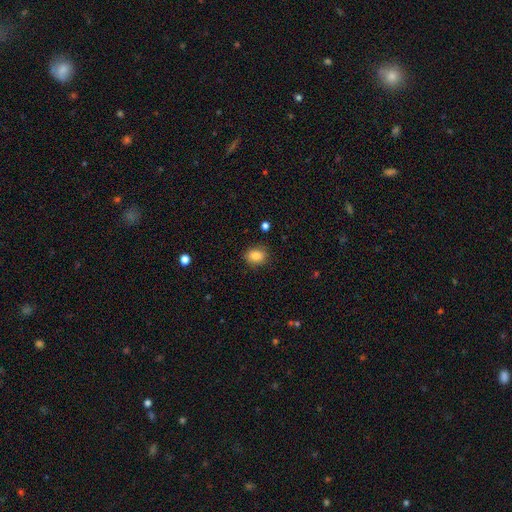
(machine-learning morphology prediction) smooth_or_featured: smooth (p=0.85) [alt: star or artifact p=0.09]
how_rounded: in between (p=0.56) [alt: round p=0.43]
merging: none (p=0.83) [alt: minor disturbance p=0.12]